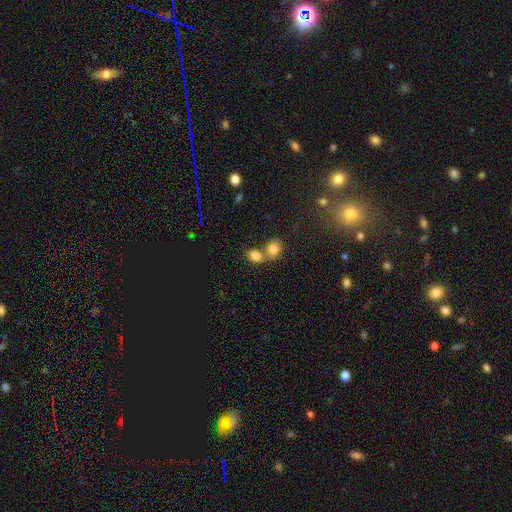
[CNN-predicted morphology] This is likely a smooth galaxy (79%). How rounded: possibly in between (54%). Merging: likely merger (63%).